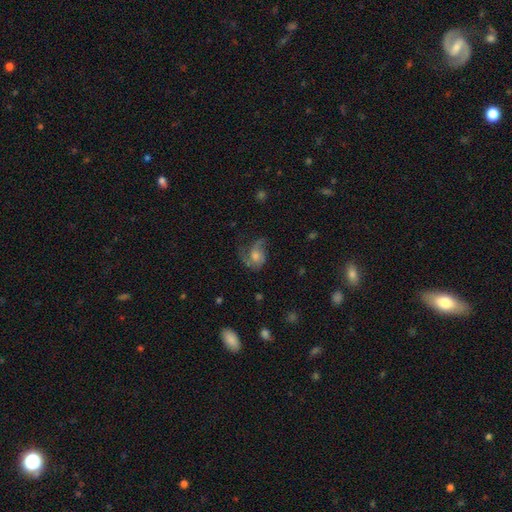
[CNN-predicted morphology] Smooth or featured? Predicted: featured or disk (p=0.71). Edge-on disk? Predicted: no (p=0.97). Bar? Predicted: no (p=0.68). Spiral arms? Predicted: yes (p=0.92). Spiral winding? Predicted: medium (p=0.44). Spiral arm count? Predicted: 2 (p=0.56). Bulge size? Predicted: moderate (p=0.53). Merging? Predicted: none (p=0.50).